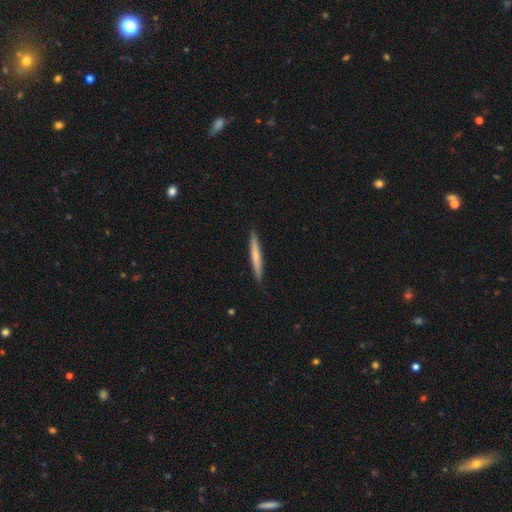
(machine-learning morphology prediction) Smooth or featured? smooth (56%)
How rounded? cigar-shaped (96%)
Merging? none (89%)